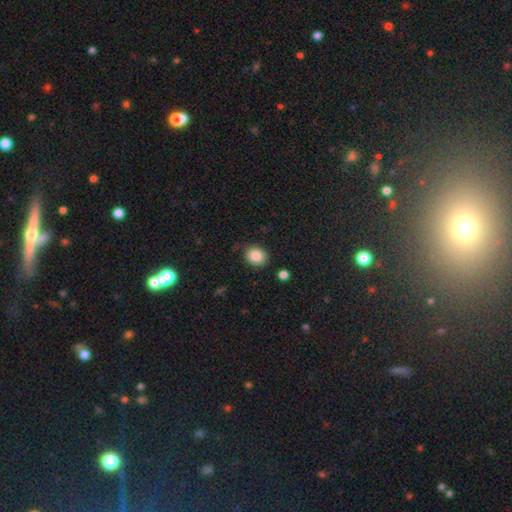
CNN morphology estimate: Smooth or featured? smooth (86%)
How rounded? round (63%)
Merging? none (84%)